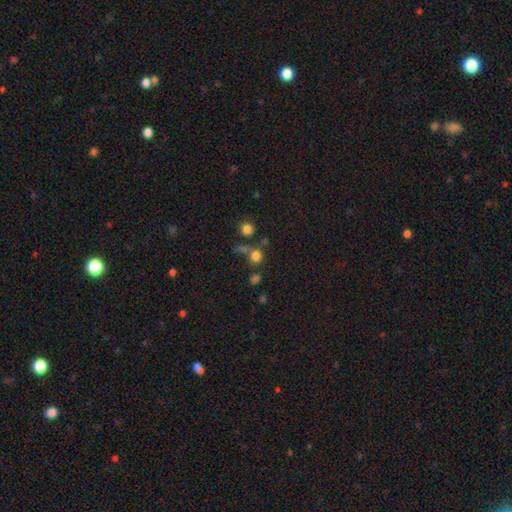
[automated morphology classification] This appears to be a smooth galaxy with no disk features (76%) that is round (85%). Merging: none (60%).